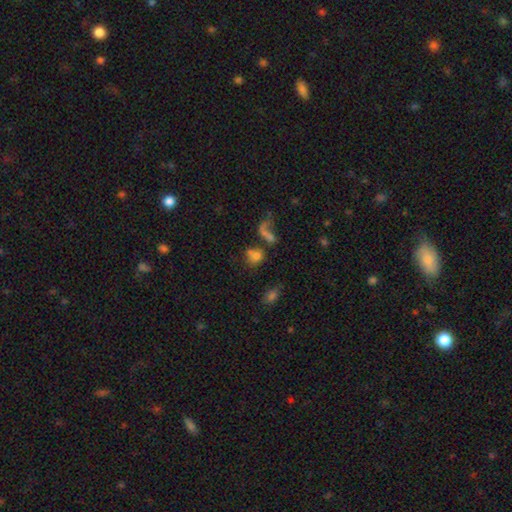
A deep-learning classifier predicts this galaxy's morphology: type=smooth (67%); roundness=round (63%); merging=none (39%).